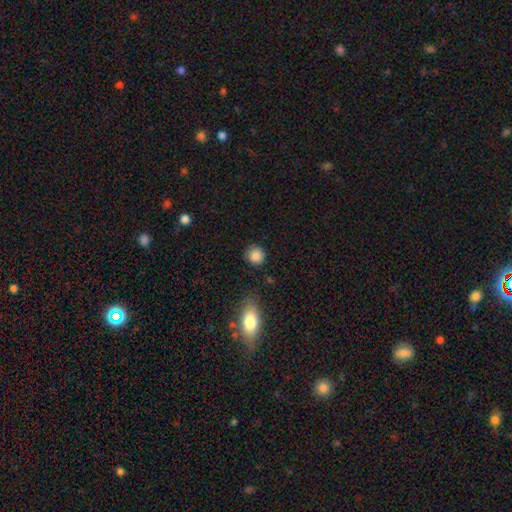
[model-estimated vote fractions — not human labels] This appears to be a smooth galaxy with no disk features (86%) that is round (90%). Merging: none (84%).